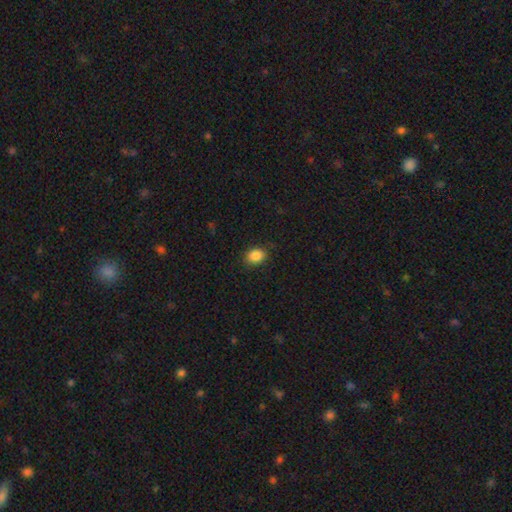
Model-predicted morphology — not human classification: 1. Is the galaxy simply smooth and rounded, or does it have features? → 87% smooth, 10% star or artifact, 4% featured or disk.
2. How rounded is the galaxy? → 58% in between, 41% round, 1% cigar-shaped.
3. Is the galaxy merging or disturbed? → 84% none, 12% minor disturbance, 3% major disturbance, 1% merger.